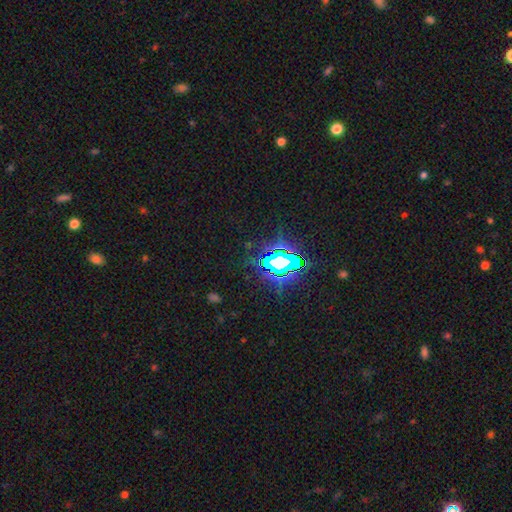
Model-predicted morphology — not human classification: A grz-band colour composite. It shows a star or artifact, not a galaxy (81%).